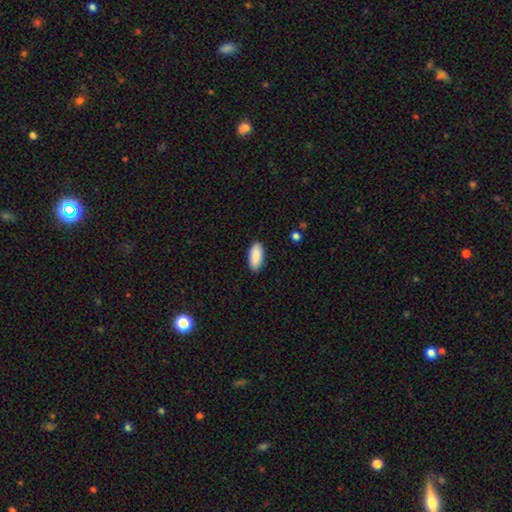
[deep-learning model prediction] smooth_or_featured: smooth (p=0.91) [alt: star or artifact p=0.06]
how_rounded: in between (p=0.90) [alt: cigar-shaped p=0.08]
merging: none (p=0.90) [alt: minor disturbance p=0.07]